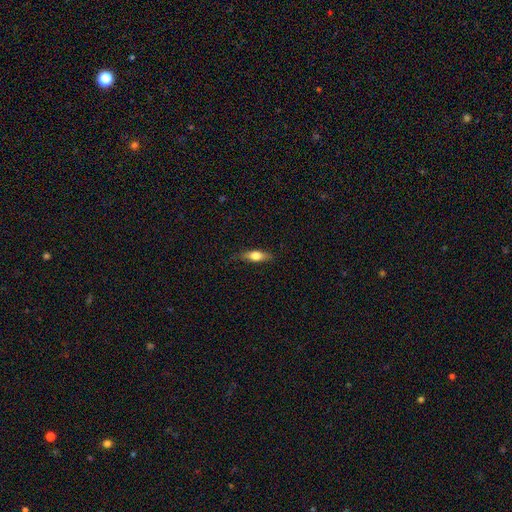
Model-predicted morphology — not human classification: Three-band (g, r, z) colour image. It shows a smooth galaxy with no disk features (61%) that is in between round and cigar-shaped (54%). Merging: none (80%).